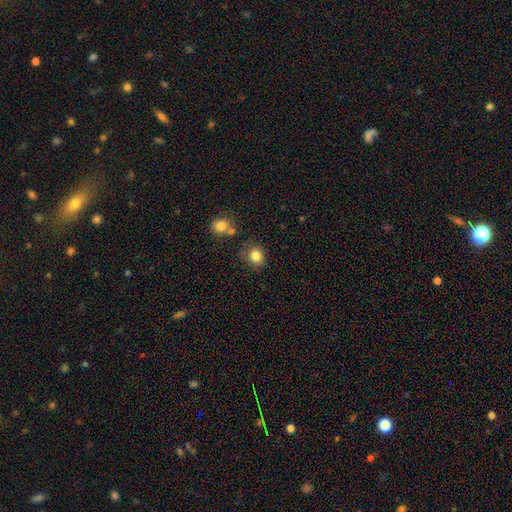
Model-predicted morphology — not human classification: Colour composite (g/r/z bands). It shows a smooth galaxy with no disk features (83%) that is round (79%). Merging: none (76%).